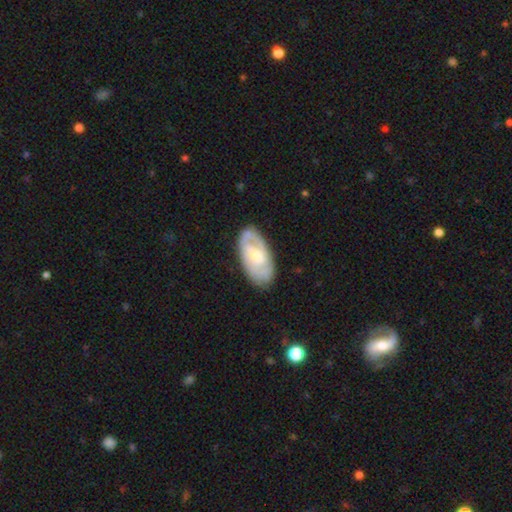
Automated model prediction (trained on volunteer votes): This is likely a featured or disk galaxy (66%). It is clearly not viewed edge-on (94%). Bar: possibly weak (47%). Spiral arm pattern: clearly yes (82%). Spiral arm count: possibly 2 (54%). Spiral winding: possibly tight (51%). Central bulge: marginally moderate (44%). Merging: likely none (80%).